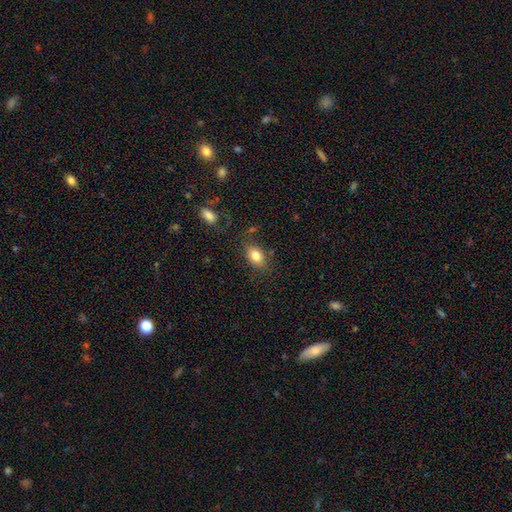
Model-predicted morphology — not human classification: Smooth or featured? smooth (82%)
How rounded? in between (82%)
Merging? none (77%)